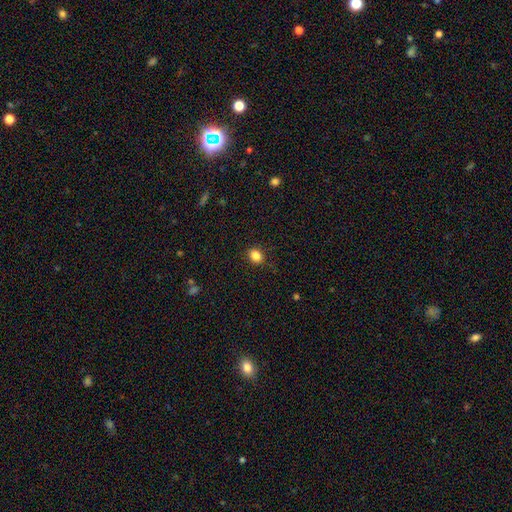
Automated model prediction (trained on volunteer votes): Smooth or featured? smooth (85%)
How rounded? round (58%)
Merging? none (86%)